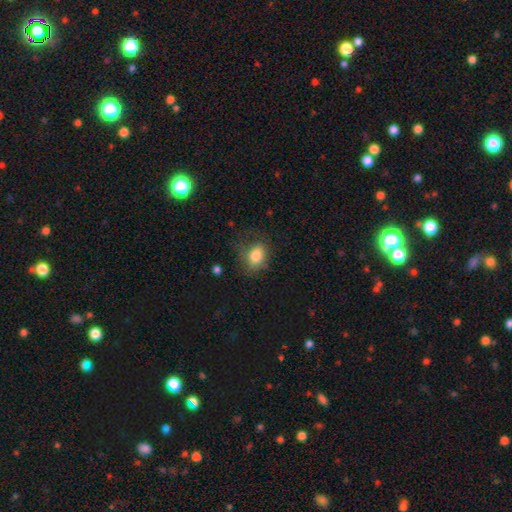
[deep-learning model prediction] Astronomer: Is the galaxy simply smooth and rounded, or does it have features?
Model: smooth — 79%.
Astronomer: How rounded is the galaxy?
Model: in between — 62%.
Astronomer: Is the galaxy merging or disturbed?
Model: none — 58%.